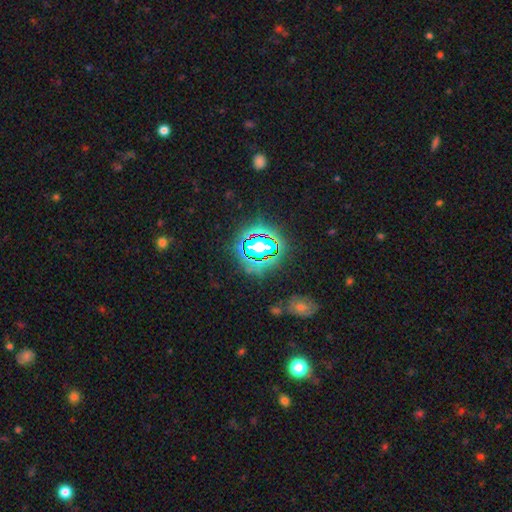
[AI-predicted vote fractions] Q: Smooth or featured?
A: star or artifact (76%); runner-up: smooth (15%)